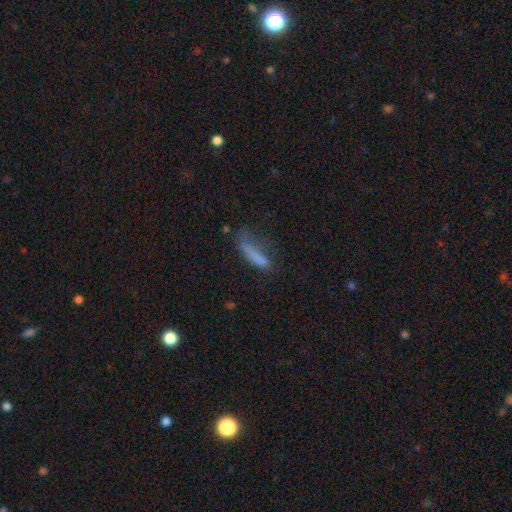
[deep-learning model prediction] Smooth or featured: smooth — 68% (featured or disk — 20%)
How rounded: cigar-shaped — 68% (in between — 30%)
Merging: major disturbance — 37% (none — 33%)